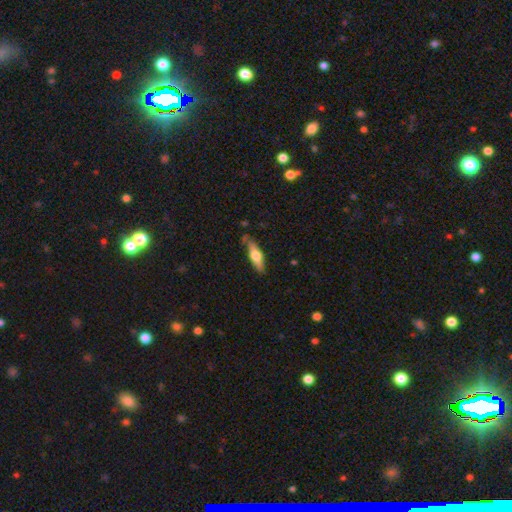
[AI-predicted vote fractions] Overall: smooth (52%; featured or disk 43%). How rounded: cigar-shaped (62%; in between 36%). Merging: none (75%).